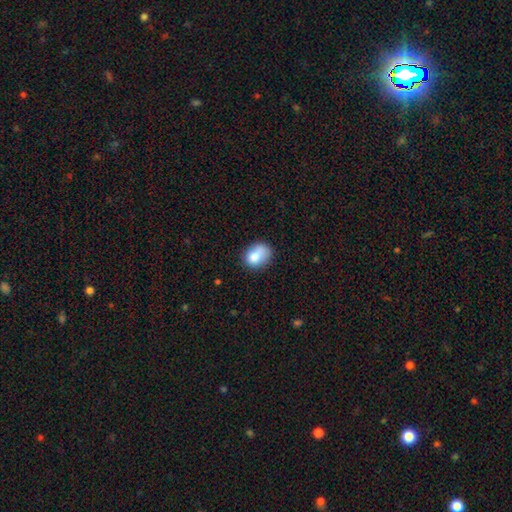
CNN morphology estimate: A smooth galaxy with no disk features (80%) that is in between round and cigar-shaped (59%). Merging: none (53%).